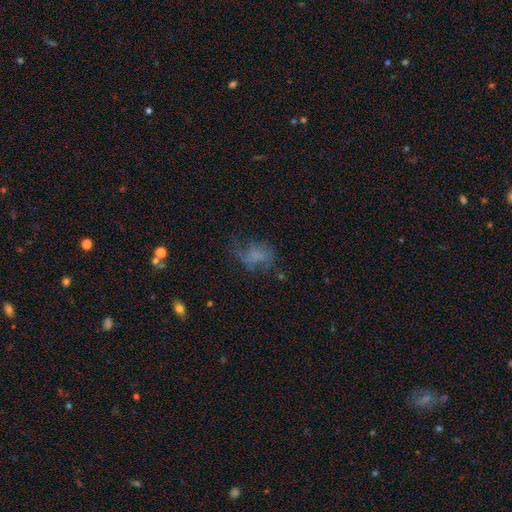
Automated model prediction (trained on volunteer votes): The model was most divided on "merging": none: 39%, major disturbance: 33%, minor disturbance: 24%, merger: 3%. More confident: how rounded — in between (75%); smooth or featured — smooth (50%).